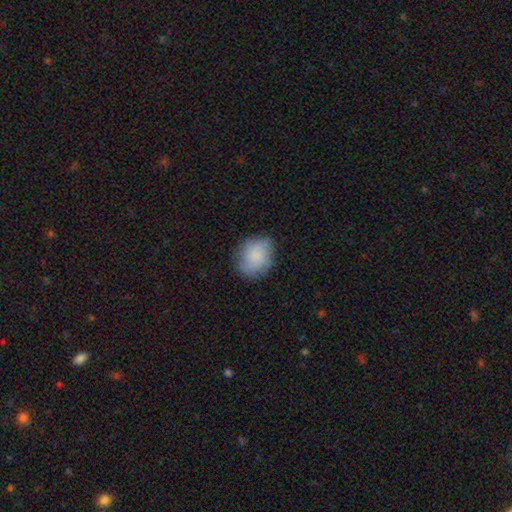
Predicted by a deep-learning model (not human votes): Smooth or featured: smooth — 68% (featured or disk — 24%)
How rounded: round — 58% (in between — 41%)
Merging: none — 76% (minor disturbance — 18%)